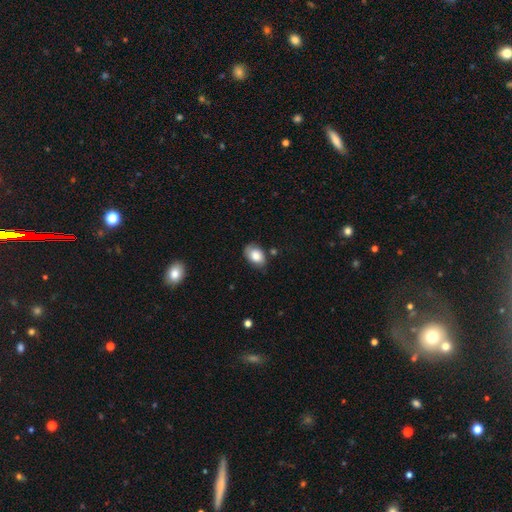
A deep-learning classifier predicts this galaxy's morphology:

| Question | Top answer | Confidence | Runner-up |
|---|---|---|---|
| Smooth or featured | smooth | 79% | featured or disk (13%) |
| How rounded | in between | 84% | round (15%) |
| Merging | none | 71% | minor disturbance (22%) |